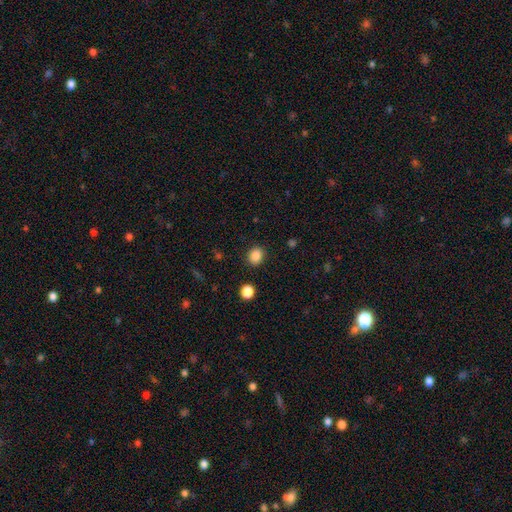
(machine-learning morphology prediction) This is clearly a smooth galaxy (86%). How rounded: possibly round (59%). Merging: clearly none (88%).